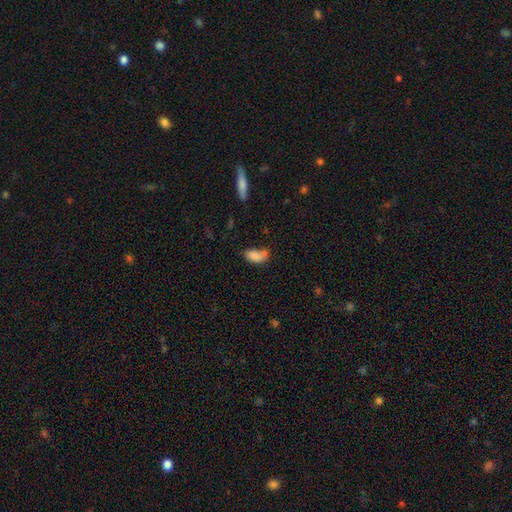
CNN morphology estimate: The model was most divided on "merging": none: 40%, minor disturbance: 26%, merger: 21%, major disturbance: 14%. More confident: how rounded — in between (90%); smooth or featured — smooth (81%).